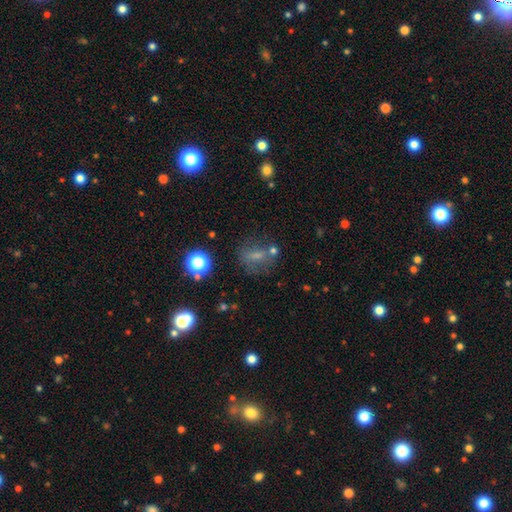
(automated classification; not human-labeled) Smooth or featured?
  - smooth: 54% *
  - star or artifact: 25%
  - featured or disk: 21%
How rounded?
  - in between: 49% *
  - round: 43%
  - cigar-shaped: 8%
Merging?
  - none: 55% *
  - minor disturbance: 18%
  - major disturbance: 15%
  - merger: 12%